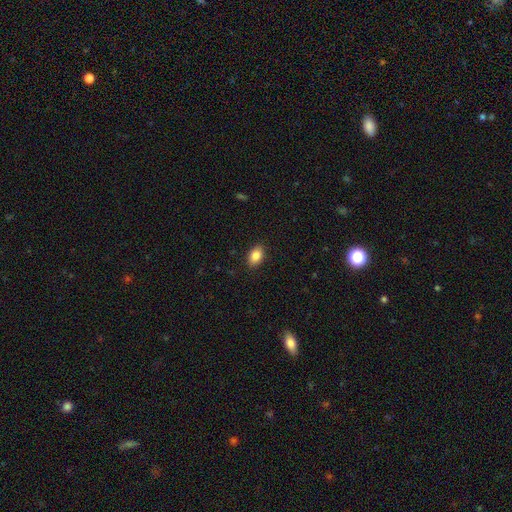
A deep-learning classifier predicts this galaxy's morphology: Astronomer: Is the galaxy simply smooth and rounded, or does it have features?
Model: smooth — 87%.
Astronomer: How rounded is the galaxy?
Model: in between — 87%.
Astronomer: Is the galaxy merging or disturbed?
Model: none — 89%.